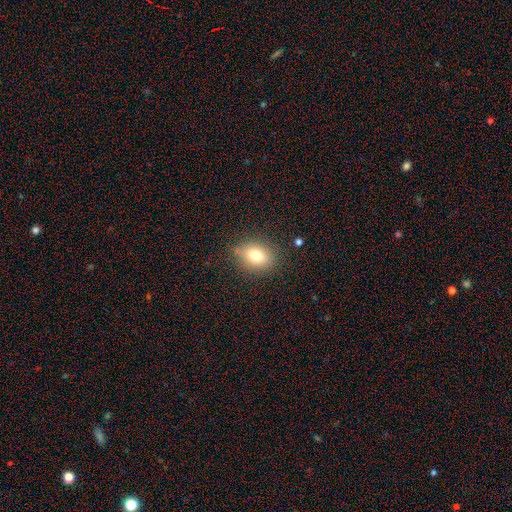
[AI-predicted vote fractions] This is likely a smooth galaxy (74%). How rounded: possibly in between (55%). Merging: clearly none (80%).